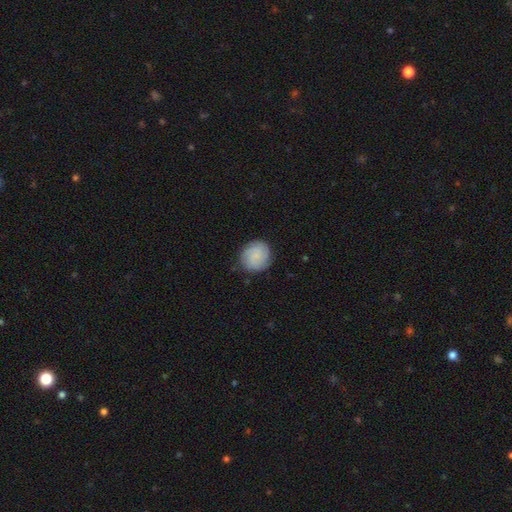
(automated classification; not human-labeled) smooth 65%, featured or disk 27%, star or artifact 8%. Down the decision tree: how rounded — round (83%); merging — none (83%).